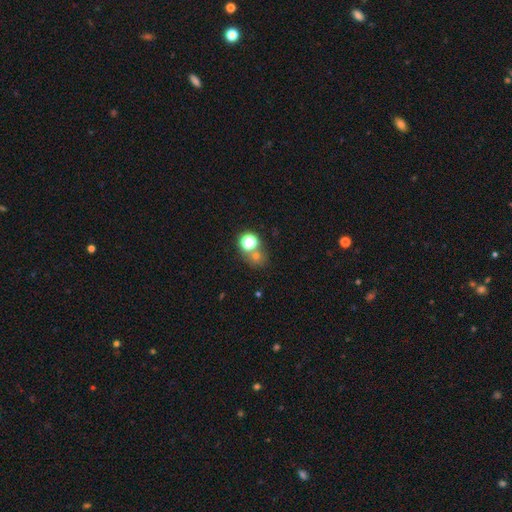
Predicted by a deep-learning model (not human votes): Smooth or featured? Predicted: smooth (p=0.60). How rounded? Predicted: round (p=0.78). Merging? Predicted: none (p=0.57).